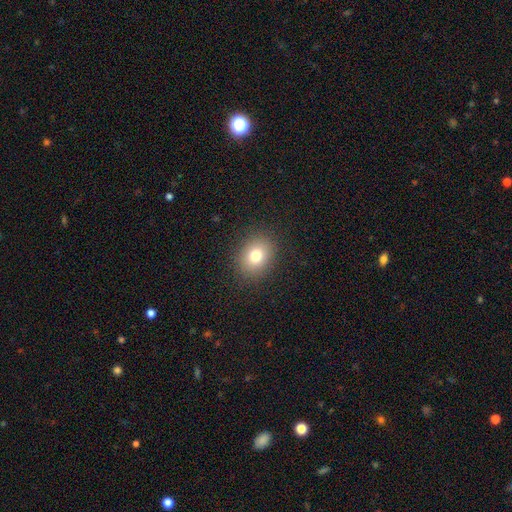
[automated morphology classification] Q: Smooth or featured?
A: smooth (78%); runner-up: star or artifact (12%)
Q: How rounded?
A: round (59%); runner-up: in between (41%)
Q: Merging?
A: none (89%); runner-up: minor disturbance (8%)